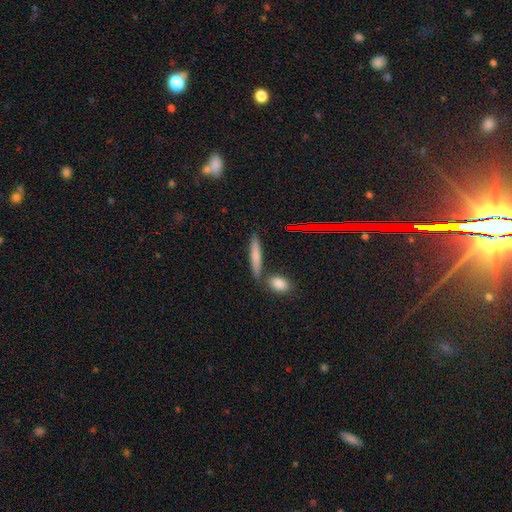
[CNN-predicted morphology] smooth_or_featured: smooth (p=0.72) [alt: featured or disk p=0.19]
how_rounded: cigar-shaped (p=0.86) [alt: in between p=0.12]
merging: none (p=0.77) [alt: merger p=0.10]